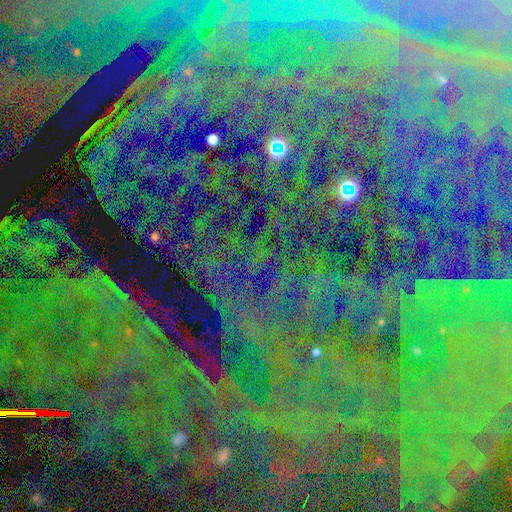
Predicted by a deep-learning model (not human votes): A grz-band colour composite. It shows a star or artifact, not a galaxy (86%).